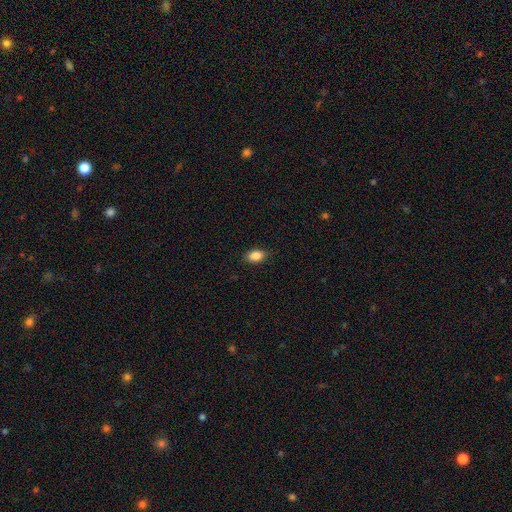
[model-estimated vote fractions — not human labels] Overall: smooth (88%). How rounded: in between (88%). Merging: none (86%).